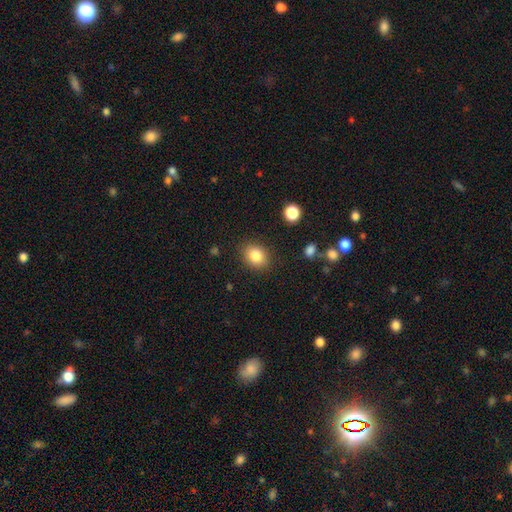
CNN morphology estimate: Smooth or featured? Predicted: smooth (p=0.83). How rounded? Predicted: round (p=0.53). Merging? Predicted: none (p=0.86).